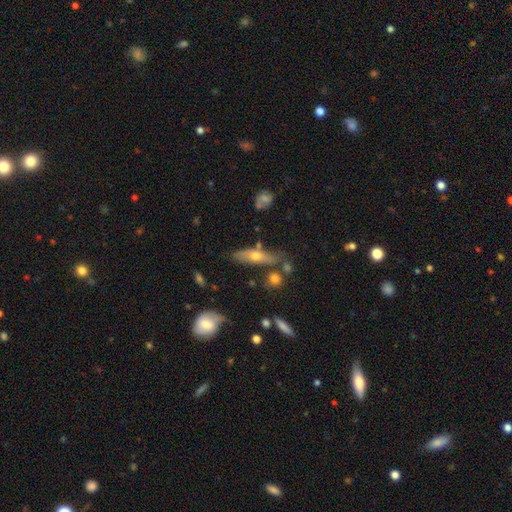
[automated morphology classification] This is possibly a featured or disk galaxy (48%). Merging: likely none (62%).